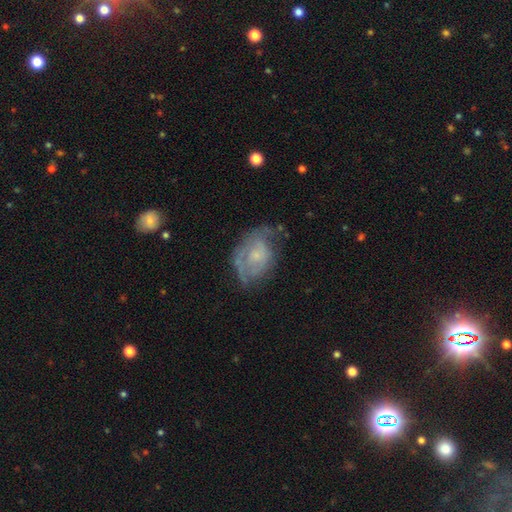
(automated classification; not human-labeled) Smooth or featured? featured or disk (58%)
Edge-on disk? no (96%)
Bar? no (78%)
Spiral arms? yes (55%)
Bulge size? small (54%)
Merging? none (49%)